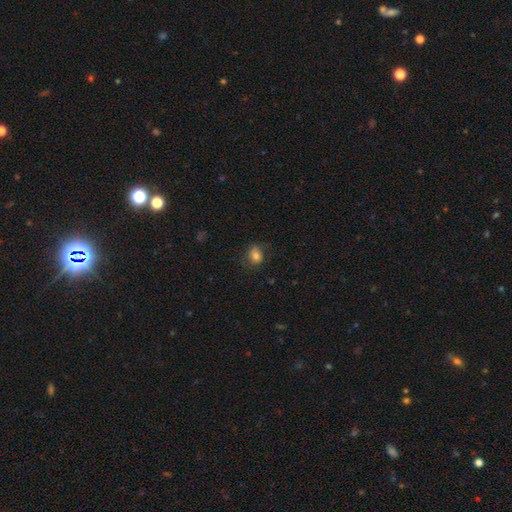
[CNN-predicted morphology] This appears to be a smooth galaxy with no disk features (78%) that is round (60%). Merging: none (74%).